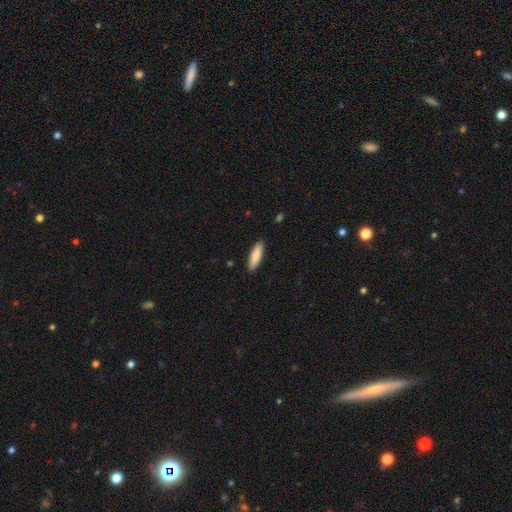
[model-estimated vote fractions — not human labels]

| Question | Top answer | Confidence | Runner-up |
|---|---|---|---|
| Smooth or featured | smooth | 85% | featured or disk (10%) |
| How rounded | cigar-shaped | 56% | in between (43%) |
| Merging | none | 90% | minor disturbance (8%) |